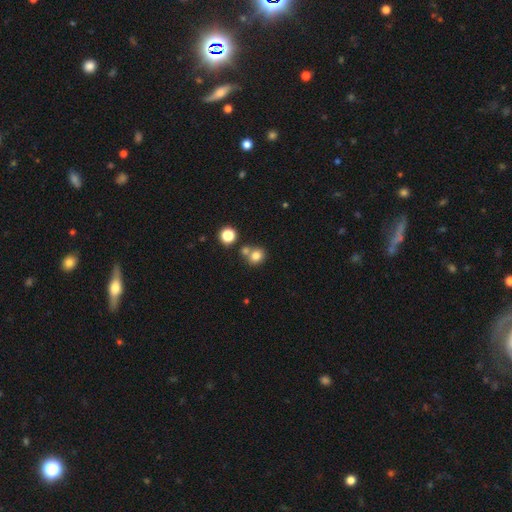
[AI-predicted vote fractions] The model was most divided on "merging": none: 57%, merger: 30%, minor disturbance: 9%, major disturbance: 3%. More confident: how rounded — round (78%); smooth or featured — smooth (78%).